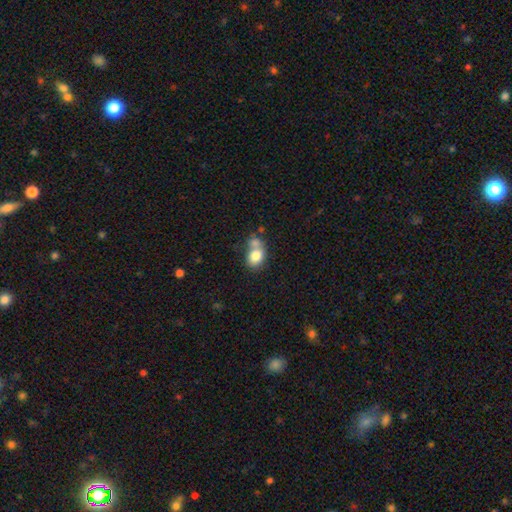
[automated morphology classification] Smooth or featured?
  - smooth: 79% *
  - featured or disk: 13%
  - star or artifact: 8%
How rounded?
  - in between: 62% *
  - round: 37%
  - cigar-shaped: 1%
Merging?
  - merger: 46% *
  - none: 35%
  - minor disturbance: 13%
  - major disturbance: 6%